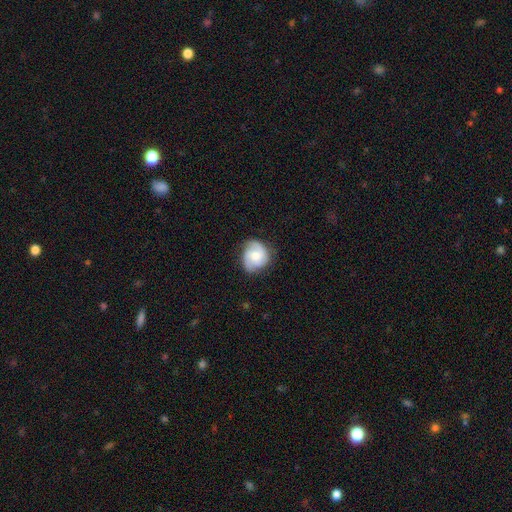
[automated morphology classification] Smooth or featured?
  - featured or disk: 69% *
  - smooth: 24%
  - star or artifact: 6%
Edge-on disk?
  - no: 98% *
  - yes: 2%
Bar?
  - no: 64% *
  - weak: 31%
  - strong: 5%
Spiral arms?
  - yes: 95% *
  - no: 5%
Spiral winding?
  - medium: 47% *
  - tight: 36%
  - loose: 16%
Spiral arm count?
  - 3: 47% *
  - 2: 35%
  - can't tell: 9%
  - 4: 4%
  - 1: 3%
  - more than 4: 2%
Bulge size?
  - moderate: 58% *
  - small: 34%
  - large: 5%
  - none: 3%
  - dominant: 1%
Merging?
  - none: 74% *
  - minor disturbance: 20%
  - major disturbance: 6%
  - merger: 1%